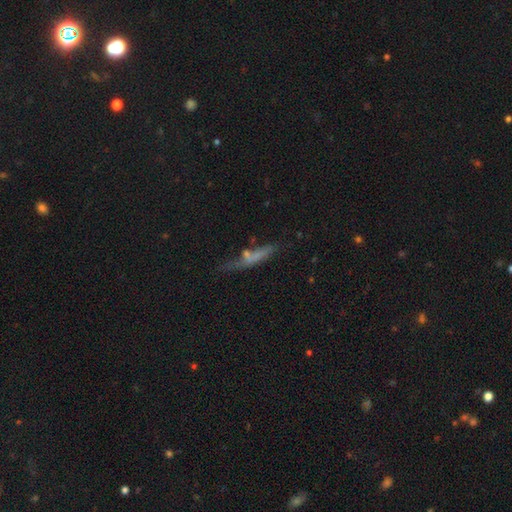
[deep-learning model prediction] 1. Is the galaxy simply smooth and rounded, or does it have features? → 44% smooth, 39% featured or disk, 16% star or artifact.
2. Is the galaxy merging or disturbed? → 54% none, 23% minor disturbance, 15% major disturbance, 8% merger.